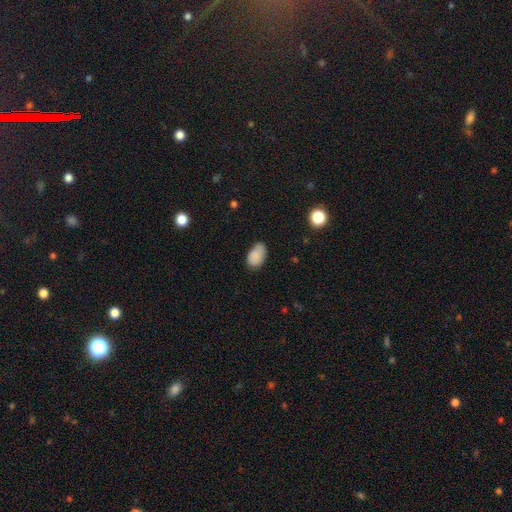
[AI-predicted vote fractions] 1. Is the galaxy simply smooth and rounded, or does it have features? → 86% smooth, 8% star or artifact, 6% featured or disk.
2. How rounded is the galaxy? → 90% in between, 9% round, 1% cigar-shaped.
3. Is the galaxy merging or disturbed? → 68% none, 26% minor disturbance, 5% major disturbance, 2% merger.